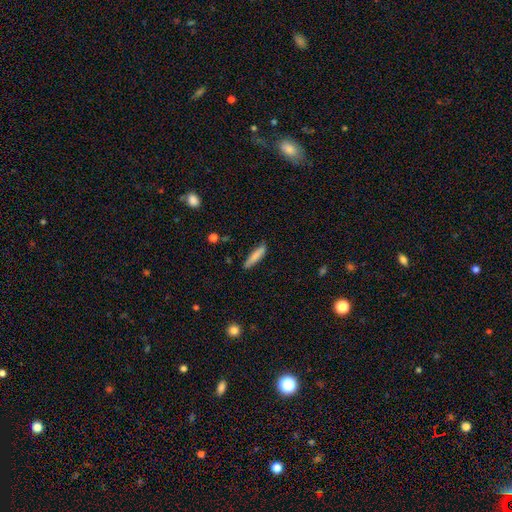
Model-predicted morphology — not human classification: Smooth or featured? smooth (82%)
How rounded? cigar-shaped (84%)
Merging? none (84%)